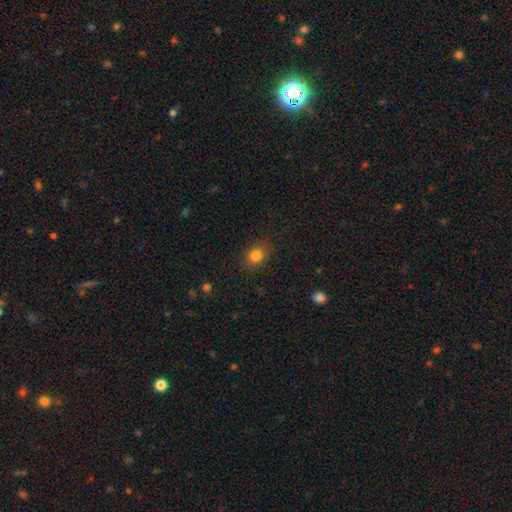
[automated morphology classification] smooth-or-featured: smooth: 83% | star or artifact: 11% | featured or disk: 6%
  how-rounded: in between: 50% | round: 49% | cigar-shaped: 1%
  merging: none: 85% | minor disturbance: 11% | major disturbance: 3% | merger: 1%